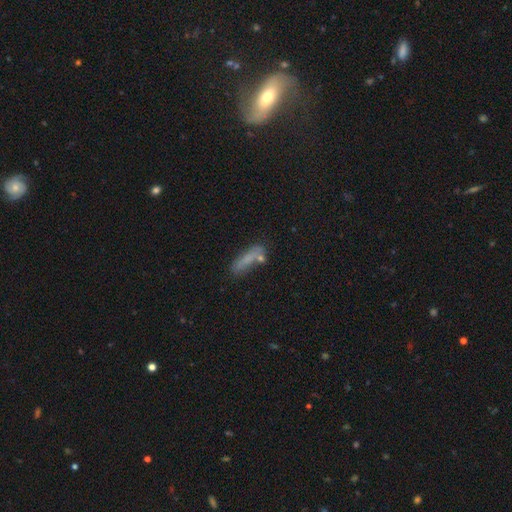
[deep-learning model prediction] A smooth galaxy with no disk features (74%) that is cigar-shaped (62%).

Vote fractions:
- Smooth or featured? smooth: 74% / featured or disk: 15% / star or artifact: 10%
- How rounded? cigar-shaped: 62% / in between: 34% / round: 4%
- Merging? none: 59% / minor disturbance: 19% / merger: 14% / major disturbance: 8%